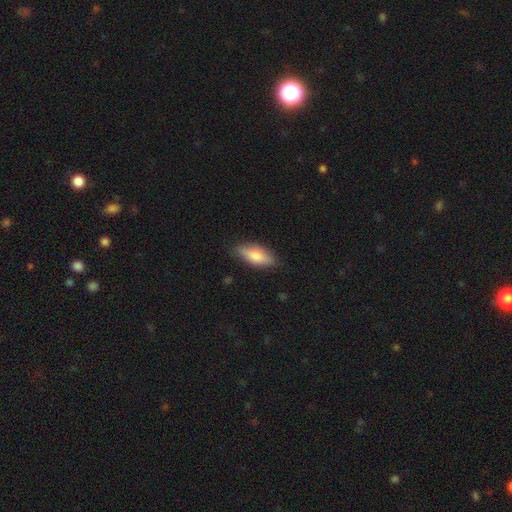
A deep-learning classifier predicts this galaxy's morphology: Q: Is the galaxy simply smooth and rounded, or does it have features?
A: smooth — 73%.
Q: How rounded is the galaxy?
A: in between — 71%.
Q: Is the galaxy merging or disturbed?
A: none — 84%.